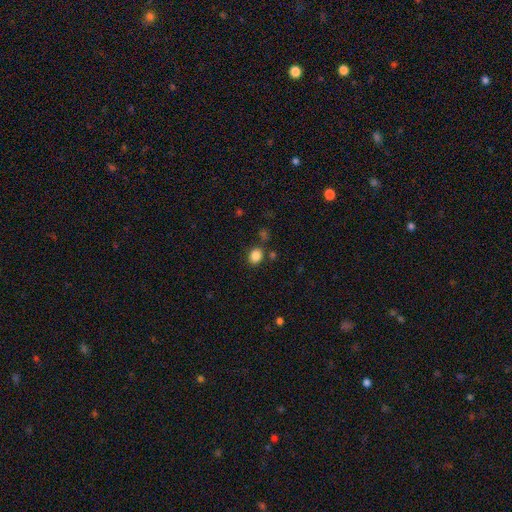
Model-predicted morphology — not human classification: This appears to be a smooth galaxy with no disk features (85%) that is round (59%). Merging: none (80%).